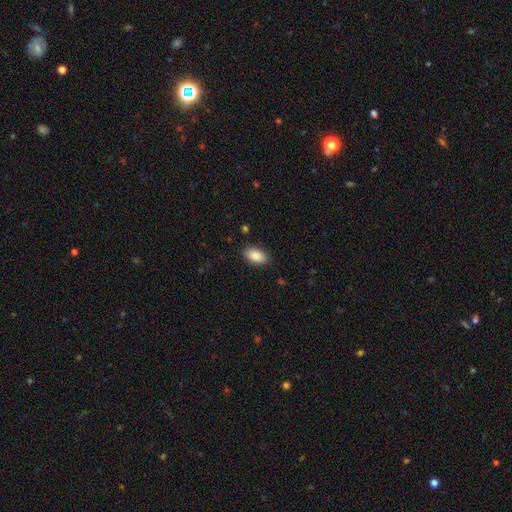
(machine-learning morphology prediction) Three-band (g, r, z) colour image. It shows a smooth galaxy with no disk features (88%) that is in between round and cigar-shaped (93%). Merging: none (88%).